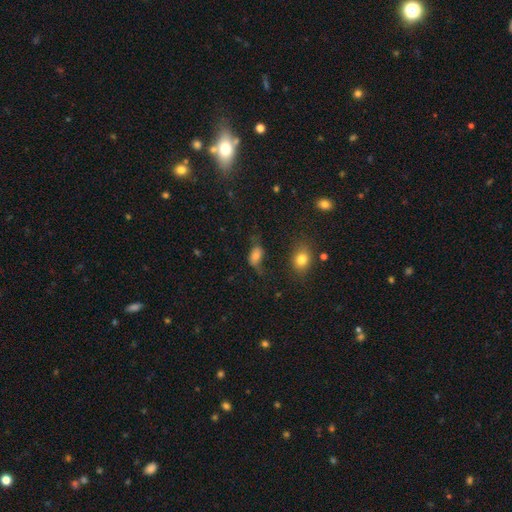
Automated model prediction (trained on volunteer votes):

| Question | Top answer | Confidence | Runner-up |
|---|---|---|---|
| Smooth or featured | smooth | 66% | featured or disk (21%) |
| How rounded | in between | 86% | round (10%) |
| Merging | none | 38% | major disturbance (29%) |